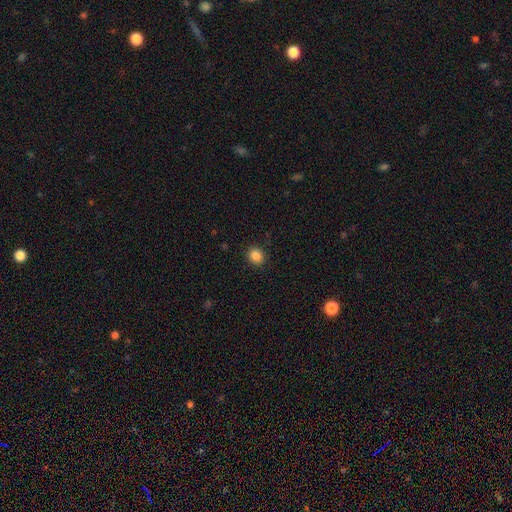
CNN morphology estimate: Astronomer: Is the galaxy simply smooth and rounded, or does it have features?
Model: smooth — 86%.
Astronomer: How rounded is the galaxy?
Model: round — 71%.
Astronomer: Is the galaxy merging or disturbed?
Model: none — 90%.